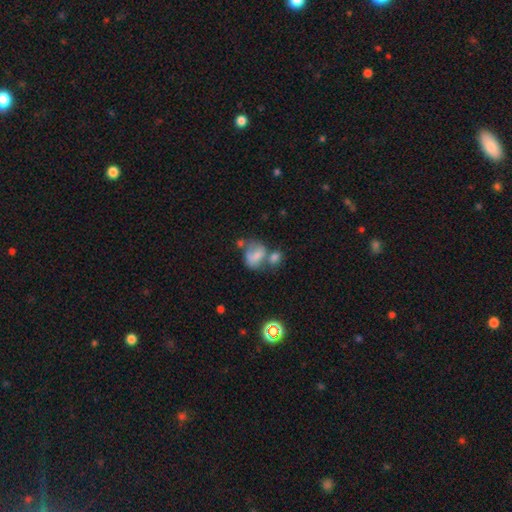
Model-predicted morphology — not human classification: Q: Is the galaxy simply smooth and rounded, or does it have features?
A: smooth — 65%.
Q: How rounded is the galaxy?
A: in between — 65%.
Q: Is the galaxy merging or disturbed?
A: merger — 45%.